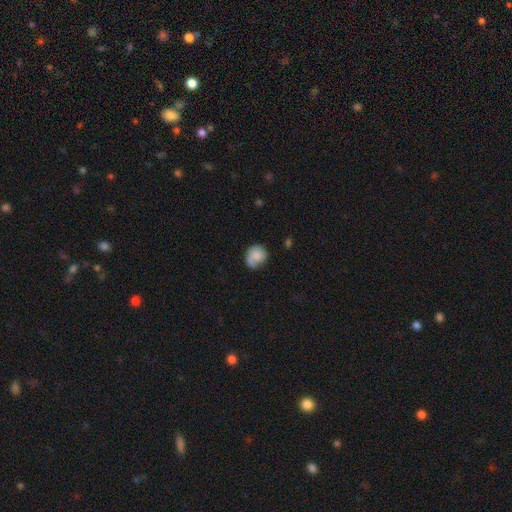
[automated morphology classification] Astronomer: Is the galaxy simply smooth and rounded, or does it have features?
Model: smooth — 66%.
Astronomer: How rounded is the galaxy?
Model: round — 74%.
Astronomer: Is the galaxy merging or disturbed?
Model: none — 55%.